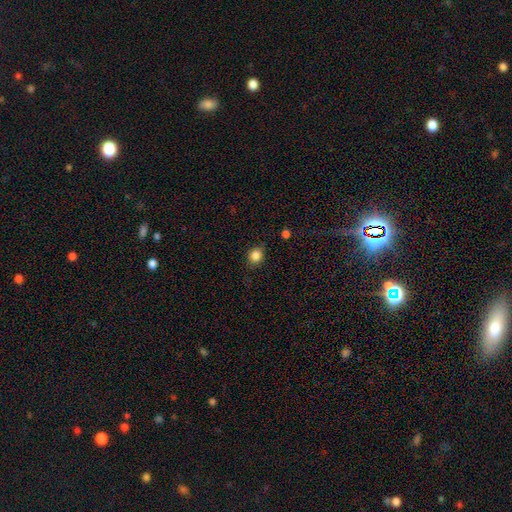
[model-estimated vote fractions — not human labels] A smooth galaxy with no disk features (84%) that is round (66%).

Vote fractions:
- Smooth or featured? smooth: 84% / star or artifact: 11% / featured or disk: 5%
- How rounded? round: 66% / in between: 33% / cigar-shaped: 1%
- Merging? none: 84% / minor disturbance: 12% / major disturbance: 3% / merger: 1%